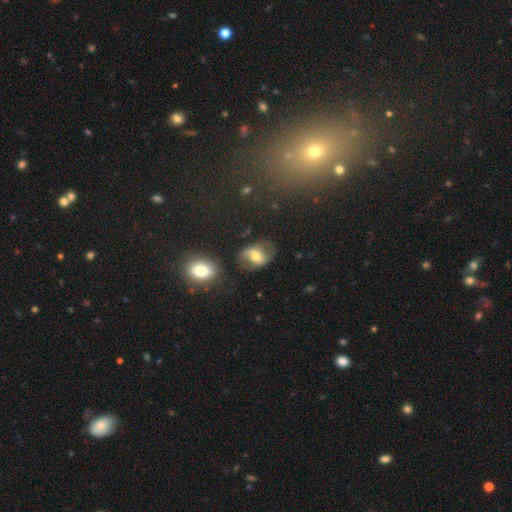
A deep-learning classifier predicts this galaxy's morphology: This is possibly a featured or disk galaxy (52%). It is clearly not viewed edge-on (95%). Merging: likely none (65%).